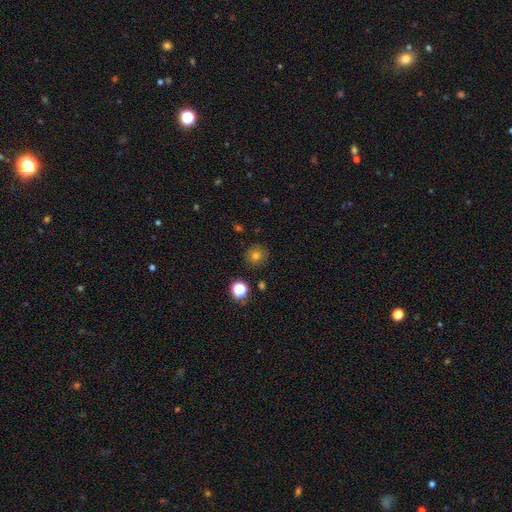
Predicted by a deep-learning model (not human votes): smooth_or_featured: smooth (p=0.73) [alt: star or artifact p=0.17]
how_rounded: round (p=0.93) [alt: in between p=0.06]
merging: none (p=0.88) [alt: minor disturbance p=0.08]